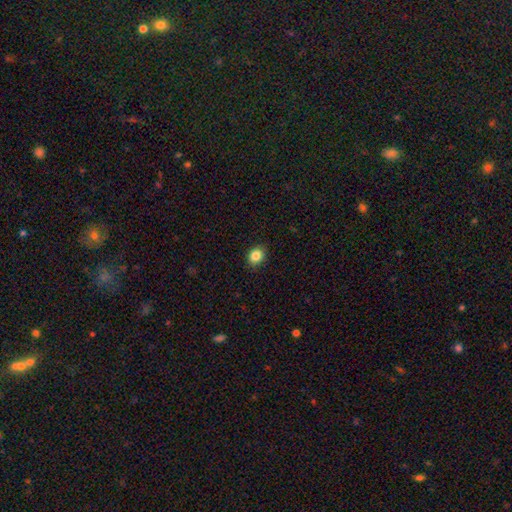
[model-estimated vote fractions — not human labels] A smooth galaxy with no disk features (85%) that is round (56%).

Vote fractions:
- Smooth or featured? smooth: 85% / star or artifact: 10% / featured or disk: 5%
- How rounded? round: 56% / in between: 43% / cigar-shaped: 1%
- Merging? none: 88% / minor disturbance: 9% / major disturbance: 2% / merger: 1%